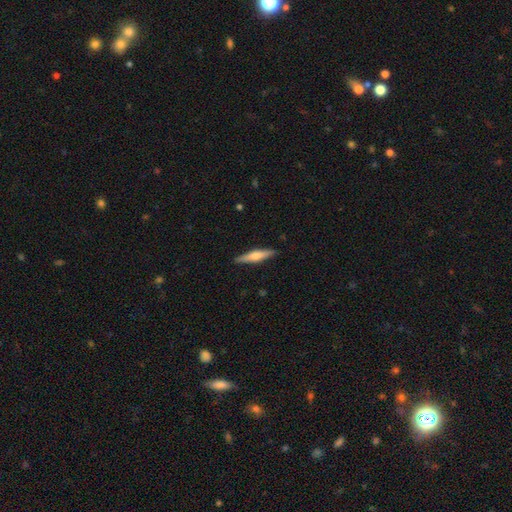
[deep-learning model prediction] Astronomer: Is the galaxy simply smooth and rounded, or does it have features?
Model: featured or disk — 52% (runner-up: smooth, 42%).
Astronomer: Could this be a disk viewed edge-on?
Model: yes — 97%.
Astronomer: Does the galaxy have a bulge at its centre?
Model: rounded — 77%.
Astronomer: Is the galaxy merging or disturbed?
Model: none — 90%.